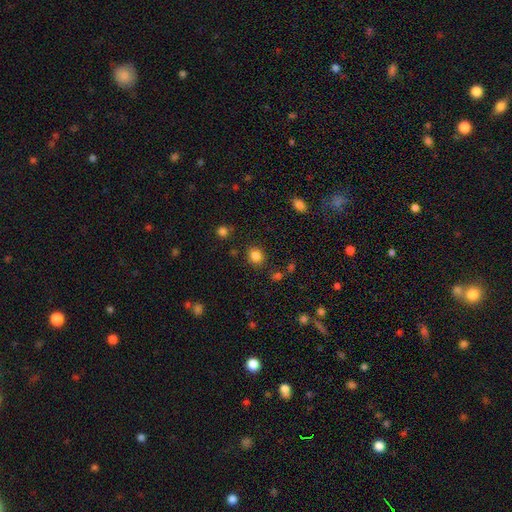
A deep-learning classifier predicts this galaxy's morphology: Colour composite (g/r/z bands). It shows a smooth galaxy with no disk features (83%) that is round (70%). Merging: none (84%).